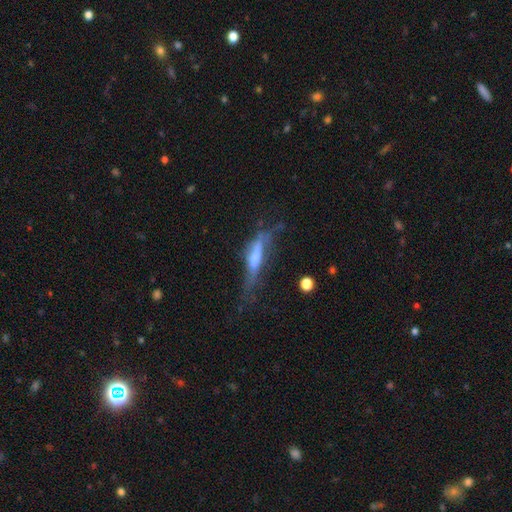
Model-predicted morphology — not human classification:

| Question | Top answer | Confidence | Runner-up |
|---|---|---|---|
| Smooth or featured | featured or disk | 47% | smooth (43%) |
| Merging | none | 34% | major disturbance (33%) |